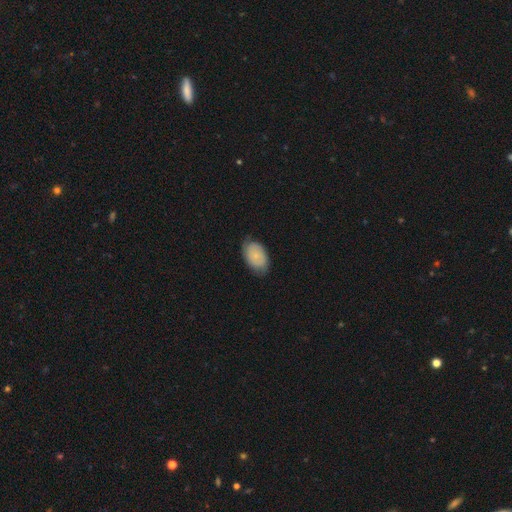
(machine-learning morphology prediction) Smooth or featured? Predicted: smooth (p=0.67). How rounded? Predicted: in between (p=0.89). Merging? Predicted: none (p=0.70).